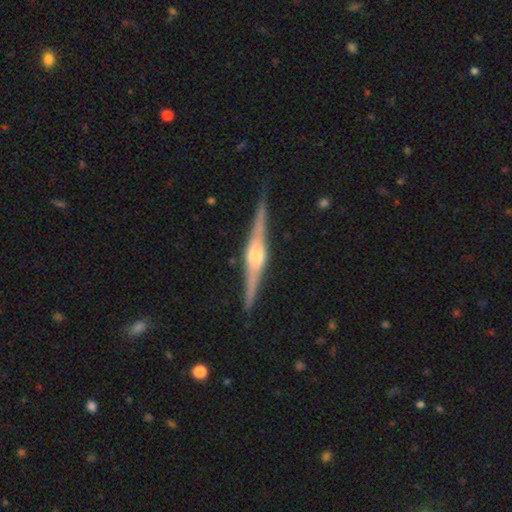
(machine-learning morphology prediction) This appears to be a featured or disk galaxy (84%) viewed edge-on (98%) with a rounded central bulge (84%). Merging: none (88%).